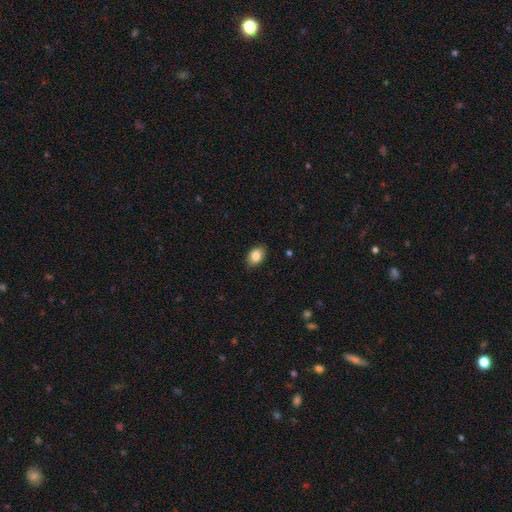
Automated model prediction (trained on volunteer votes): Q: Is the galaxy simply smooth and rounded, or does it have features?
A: smooth — 84%.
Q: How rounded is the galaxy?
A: in between — 84%.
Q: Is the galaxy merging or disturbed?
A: none — 87%.